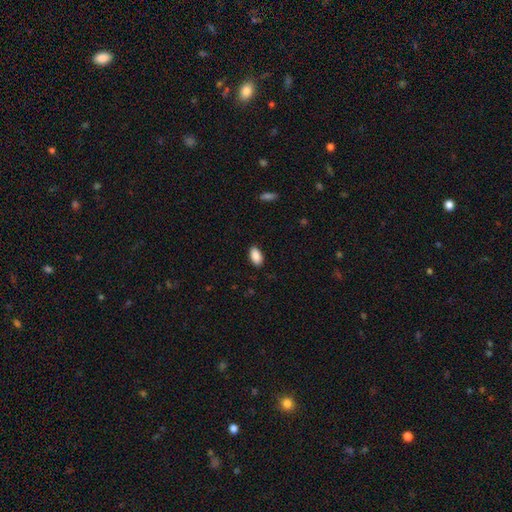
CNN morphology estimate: smooth-or-featured: smooth: 89% | star or artifact: 7% | featured or disk: 4%
  how-rounded: in between: 94% | round: 3% | cigar-shaped: 3%
  merging: none: 87% | minor disturbance: 10% | major disturbance: 2% | merger: 1%